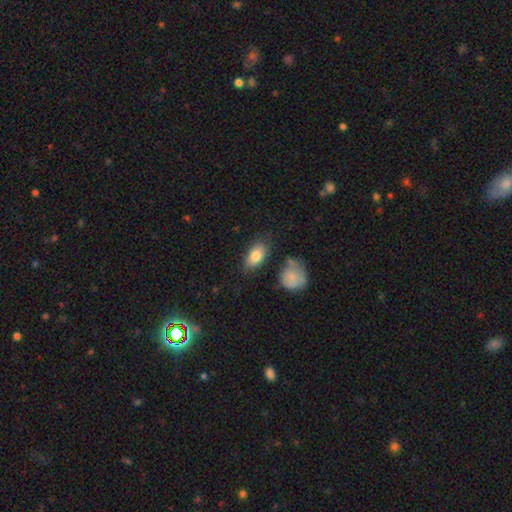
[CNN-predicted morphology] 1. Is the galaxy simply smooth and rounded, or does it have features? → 82% smooth, 11% featured or disk, 7% star or artifact.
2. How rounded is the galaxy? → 90% in between, 7% round, 4% cigar-shaped.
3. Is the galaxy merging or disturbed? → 70% none, 18% minor disturbance, 6% merger, 5% major disturbance.